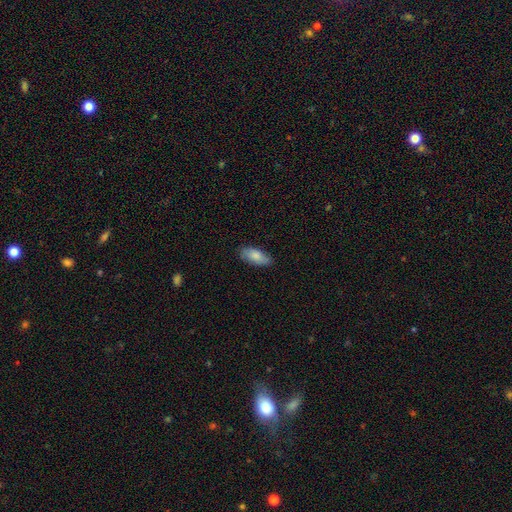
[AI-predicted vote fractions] Smooth or featured? smooth (81%)
How rounded? in between (88%)
Merging? none (80%)